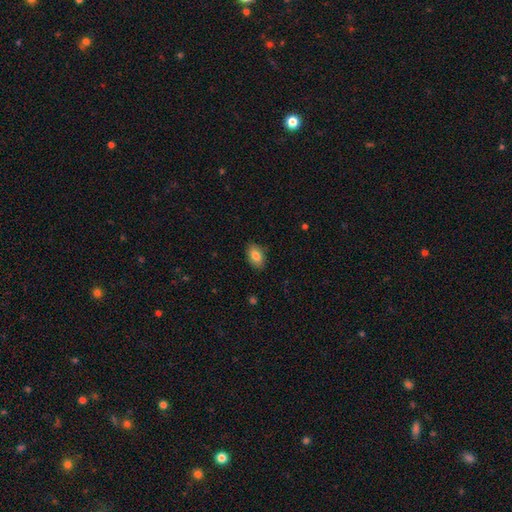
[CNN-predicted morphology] The model was most divided on "smooth or featured": smooth: 83%, featured or disk: 10%, star or artifact: 7%. More confident: how rounded — in between (91%); merging — none (86%).